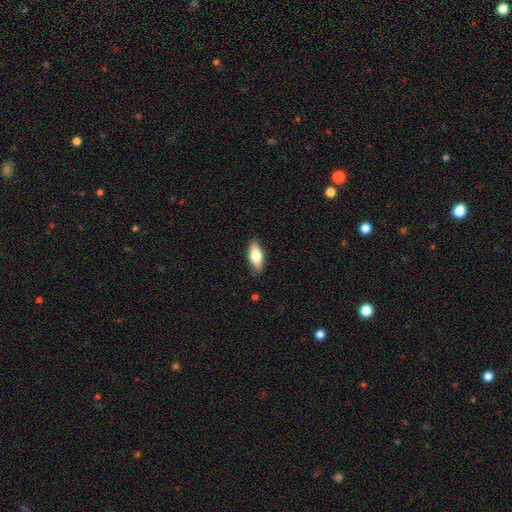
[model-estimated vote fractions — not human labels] Overall: smooth (72%). How rounded: in between (80%). Merging: none (85%).